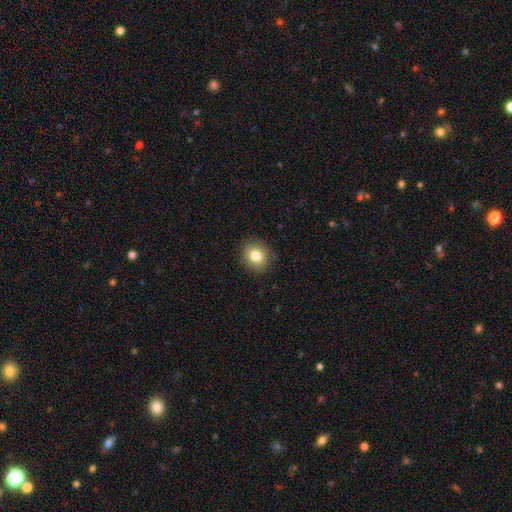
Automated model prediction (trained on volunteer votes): Smooth or featured: smooth — 81% (star or artifact — 10%)
How rounded: round — 72% (in between — 27%)
Merging: none — 88% (minor disturbance — 9%)